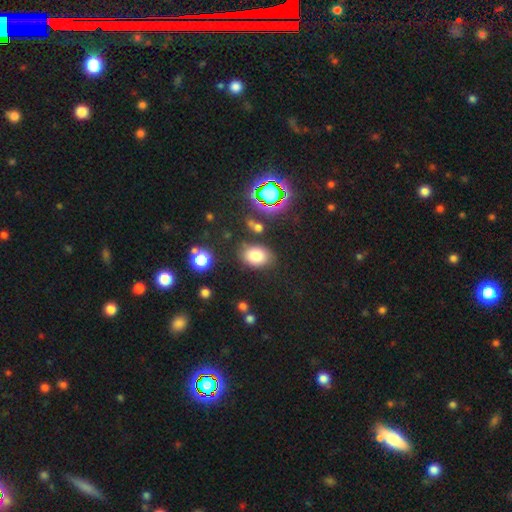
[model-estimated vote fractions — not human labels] Smooth or featured? smooth (77%)
How rounded? in between (73%)
Merging? none (77%)